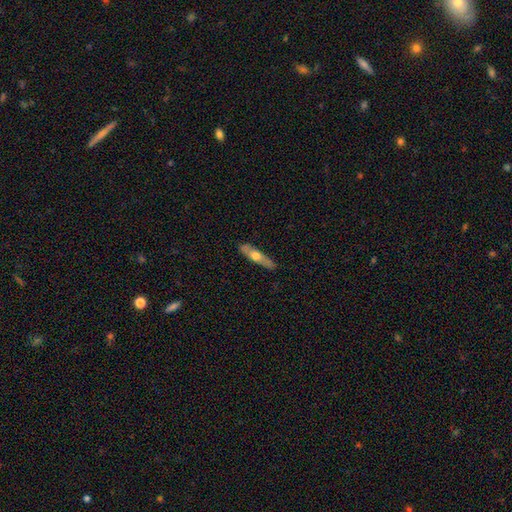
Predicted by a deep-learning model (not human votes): Overall: smooth (49%; featured or disk 46%). Merging: none (84%).